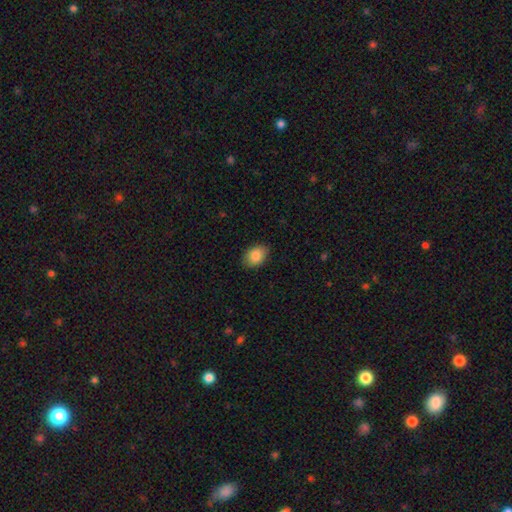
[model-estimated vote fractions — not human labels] Smooth or featured: smooth — 87% (star or artifact — 8%)
How rounded: in between — 77% (round — 22%)
Merging: none — 87% (minor disturbance — 10%)